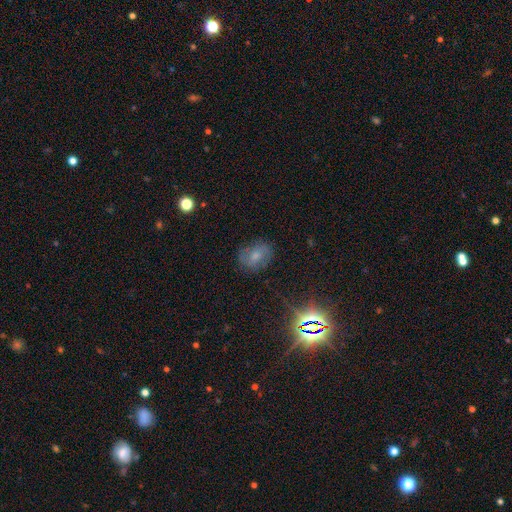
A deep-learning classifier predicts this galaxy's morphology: Smooth or featured: smooth — 50% (featured or disk — 32%)
How rounded: in between — 61% (round — 38%)
Merging: none — 74% (minor disturbance — 18%)